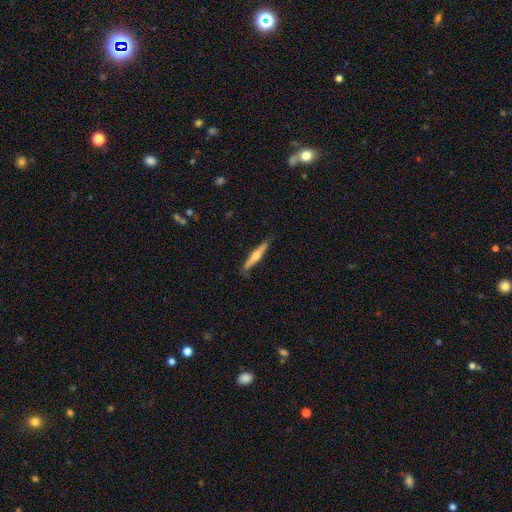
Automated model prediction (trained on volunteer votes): This appears to be a featured or disk galaxy (58%) viewed edge-on (96%) with a rounded central bulge (89%). Merging: none (86%).